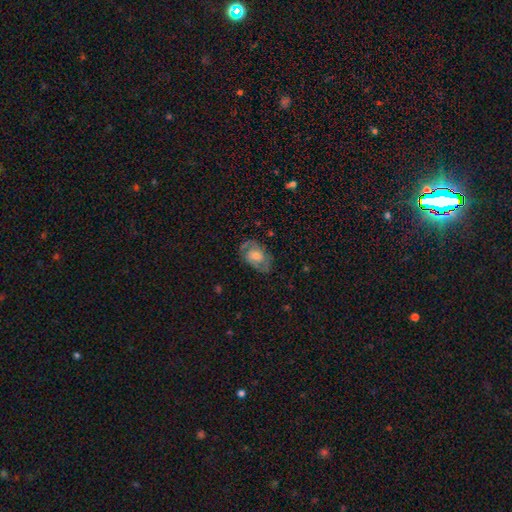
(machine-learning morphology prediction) smooth_or_featured: featured or disk (p=0.57) [alt: smooth p=0.34]
disk_edge_on: no (p=0.95) [alt: yes p=0.05]
bar: no (p=0.62) [alt: weak p=0.31]
has_spiral_arms: yes (p=0.74) [alt: no p=0.26]
bulge_size: moderate (p=0.40) [alt: large p=0.28]
merging: none (p=0.70) [alt: minor disturbance p=0.19]